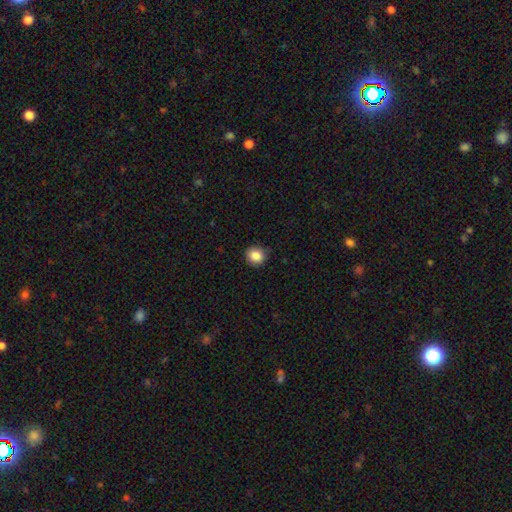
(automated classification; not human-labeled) smooth 85%, star or artifact 10%, featured or disk 5%. Down the decision tree: how rounded — round (89%); merging — none (87%).